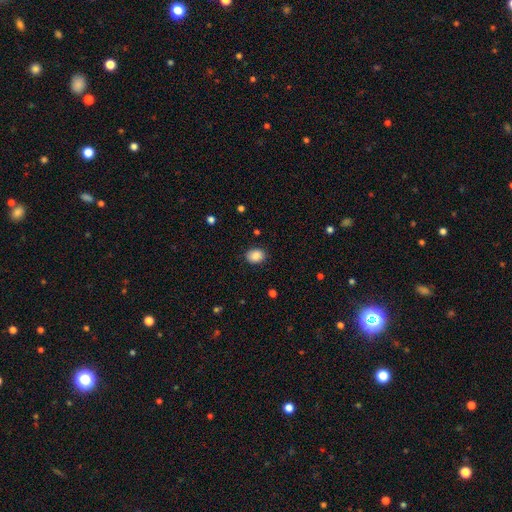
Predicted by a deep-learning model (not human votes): Smooth or featured? Predicted: smooth (p=0.87). How rounded? Predicted: round (p=0.50). Merging? Predicted: none (p=0.86).